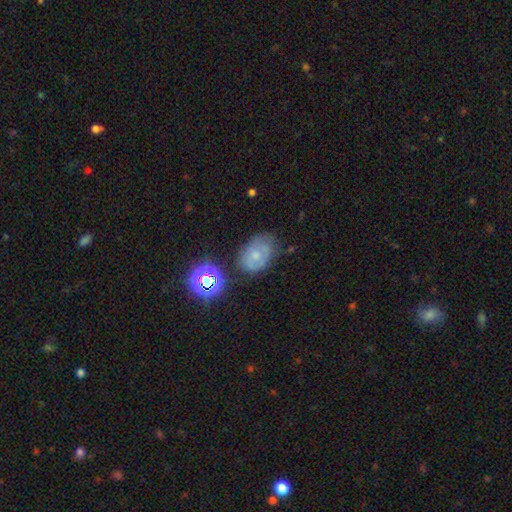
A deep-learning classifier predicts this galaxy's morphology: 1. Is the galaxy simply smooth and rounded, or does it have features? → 48% smooth, 35% featured or disk, 17% star or artifact.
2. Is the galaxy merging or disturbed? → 59% none, 28% minor disturbance, 9% major disturbance, 5% merger.